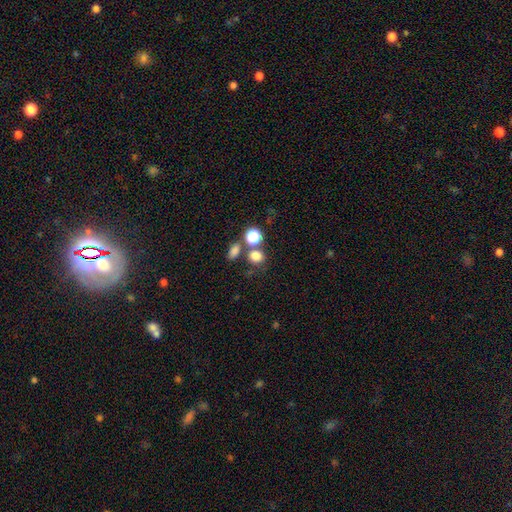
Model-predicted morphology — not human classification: The model was most divided on "merging": none: 59%, merger: 27%, minor disturbance: 10%, major disturbance: 4%. More confident: smooth or featured — smooth (77%); how rounded — round (68%).